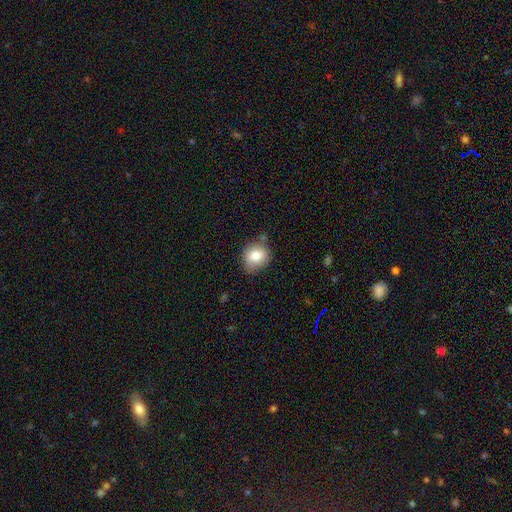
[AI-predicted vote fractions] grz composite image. It shows a smooth galaxy with no disk features (81%) that is round (69%). Merging: none (72%).